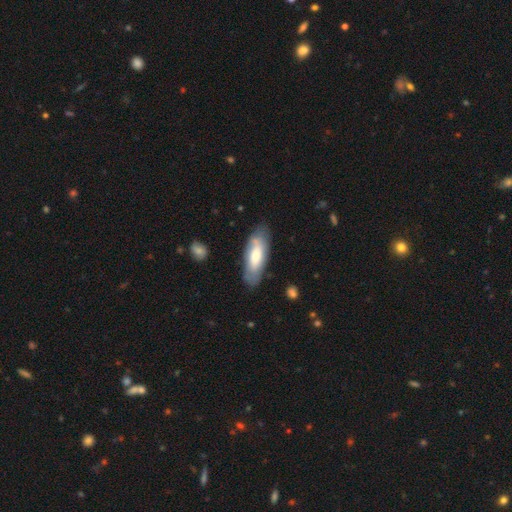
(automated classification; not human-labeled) Smooth or featured? smooth (64%)
How rounded? in between (67%)
Merging? none (77%)